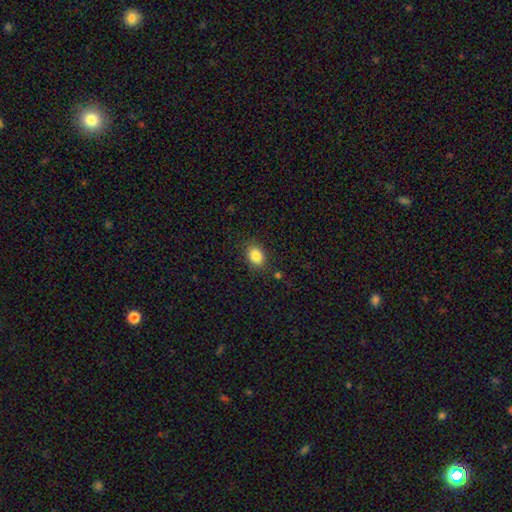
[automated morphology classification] type=smooth (85%); roundness=in between (70%); merging=none (86%).